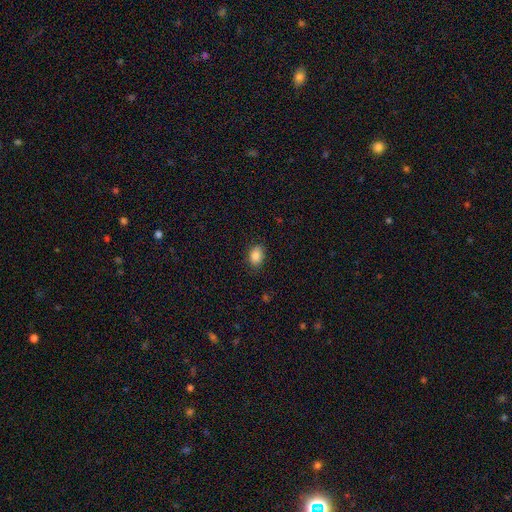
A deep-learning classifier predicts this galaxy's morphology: This is clearly a smooth galaxy (87%). How rounded: likely in between (76%). Merging: clearly none (83%).